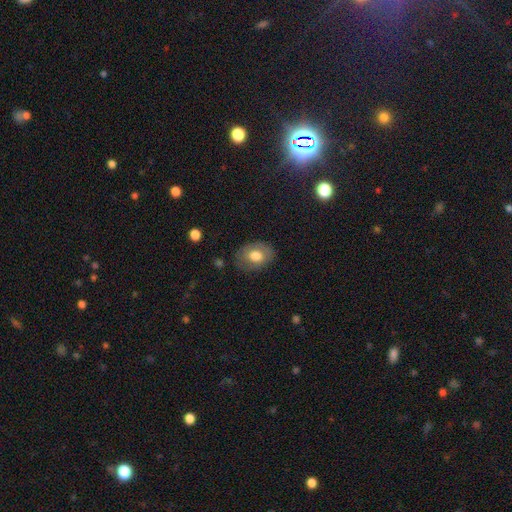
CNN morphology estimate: This is likely a smooth galaxy (71%). How rounded: likely in between (75%). Merging: likely none (77%).